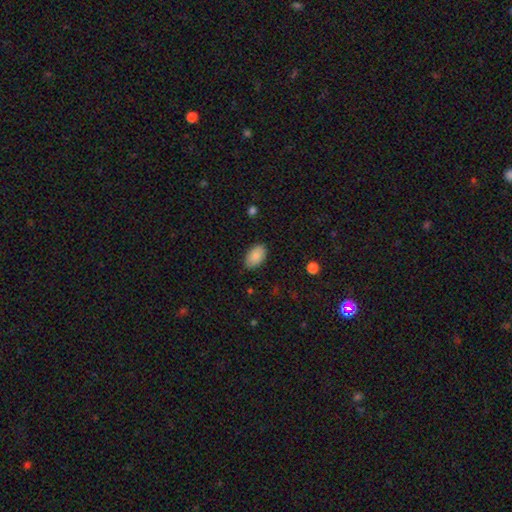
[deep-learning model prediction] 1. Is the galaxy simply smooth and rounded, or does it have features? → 87% smooth, 7% star or artifact, 7% featured or disk.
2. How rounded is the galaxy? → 93% in between, 6% round, 1% cigar-shaped.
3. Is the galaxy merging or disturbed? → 83% none, 14% minor disturbance, 2% major disturbance, 1% merger.